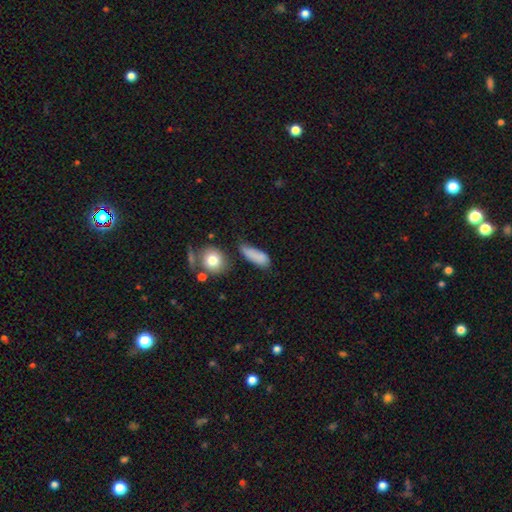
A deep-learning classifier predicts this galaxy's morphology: smooth_or_featured: smooth (p=0.82) [alt: star or artifact p=0.09]
how_rounded: in between (p=0.62) [alt: cigar-shaped p=0.32]
merging: none (p=0.49) [alt: minor disturbance p=0.30]